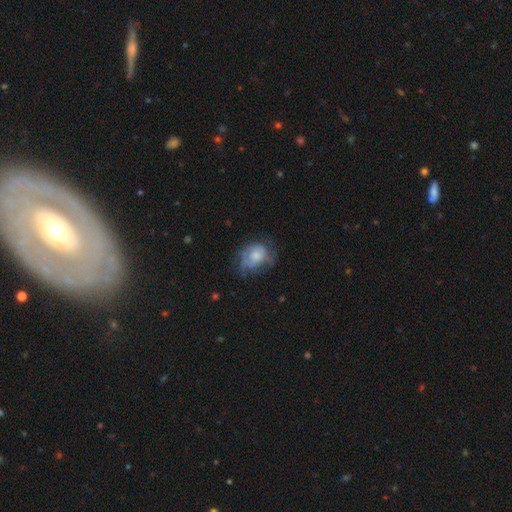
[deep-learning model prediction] smooth-or-featured: smooth: 49% | featured or disk: 43% | star or artifact: 9%
  merging: none: 43% | minor disturbance: 30% | major disturbance: 25% | merger: 2%